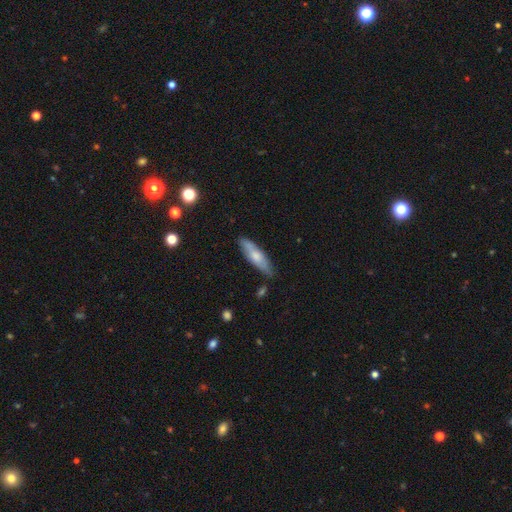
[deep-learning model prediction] smooth 60%, featured or disk 34%, star or artifact 6%. Down the decision tree: how rounded — cigar-shaped (61%); merging — none (78%).